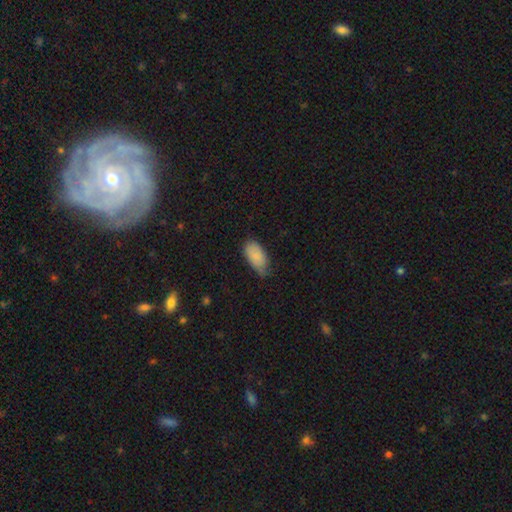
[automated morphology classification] Smooth or featured? smooth (84%)
How rounded? in between (94%)
Merging? none (53%)